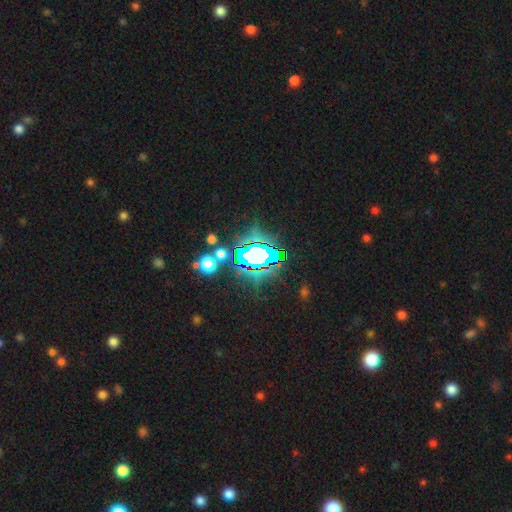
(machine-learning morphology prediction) smooth-or-featured: star or artifact: 63% | smooth: 20% | featured or disk: 16%